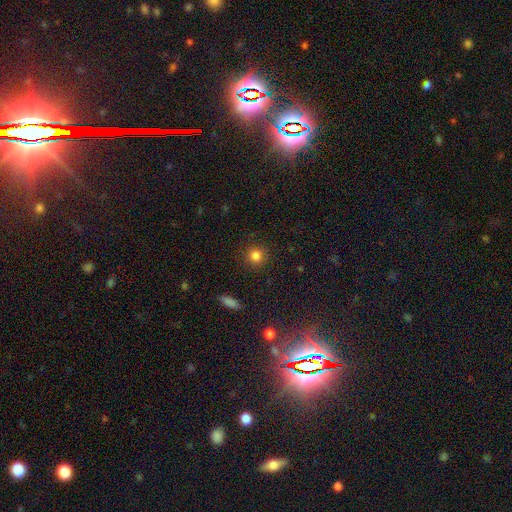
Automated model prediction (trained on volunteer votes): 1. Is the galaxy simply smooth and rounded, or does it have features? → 83% smooth, 12% star or artifact, 5% featured or disk.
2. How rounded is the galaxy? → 92% round, 7% in between, 1% cigar-shaped.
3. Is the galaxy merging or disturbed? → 90% none, 6% minor disturbance, 2% major disturbance, 1% merger.